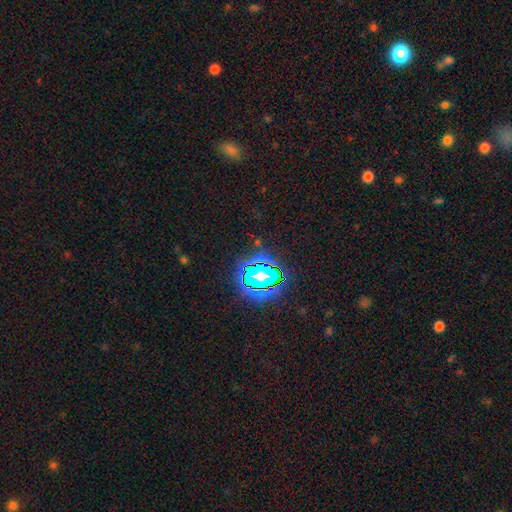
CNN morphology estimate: Overall: star or artifact (80%).